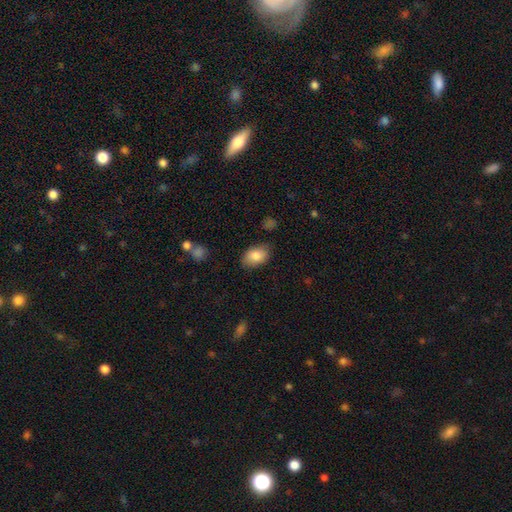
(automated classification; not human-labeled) This is clearly a smooth galaxy (84%). How rounded: clearly in between (87%). Merging: clearly none (80%).